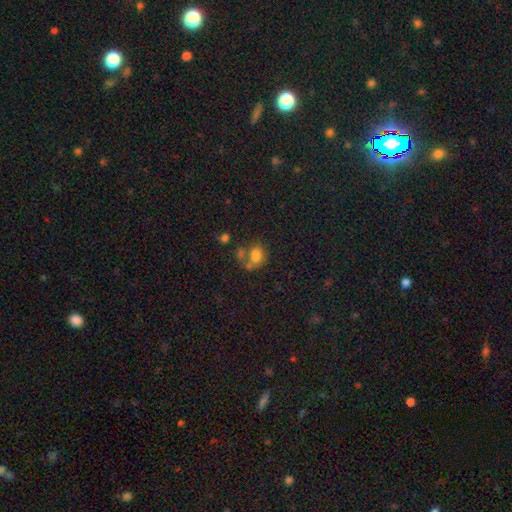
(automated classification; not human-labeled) Q: Smooth or featured?
A: smooth (75%); runner-up: featured or disk (13%)
Q: How rounded?
A: in between (60%); runner-up: round (39%)
Q: Merging?
A: merger (37%); runner-up: none (36%)